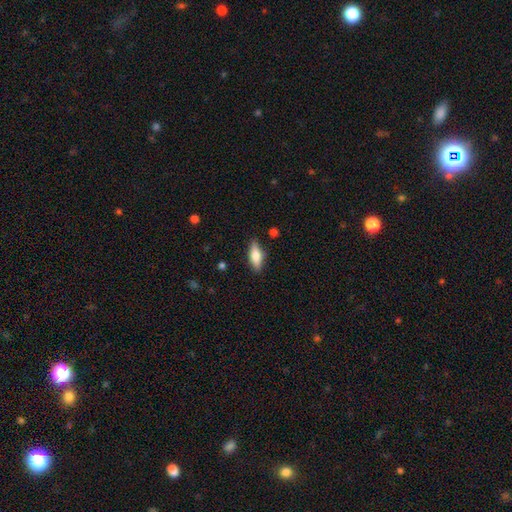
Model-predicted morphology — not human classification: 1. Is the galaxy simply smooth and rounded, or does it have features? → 67% smooth, 26% featured or disk, 7% star or artifact.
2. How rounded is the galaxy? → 62% in between, 35% cigar-shaped, 3% round.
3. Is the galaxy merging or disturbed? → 83% none, 13% minor disturbance, 3% major disturbance, 2% merger.